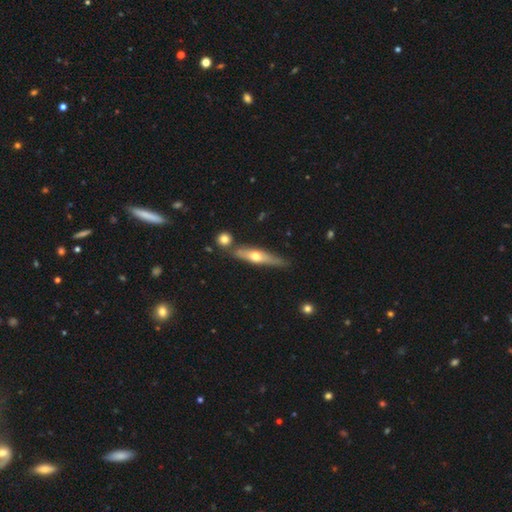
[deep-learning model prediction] This appears to be a featured or disk galaxy (54%) viewed edge-on (87%). Merging: none (70%).